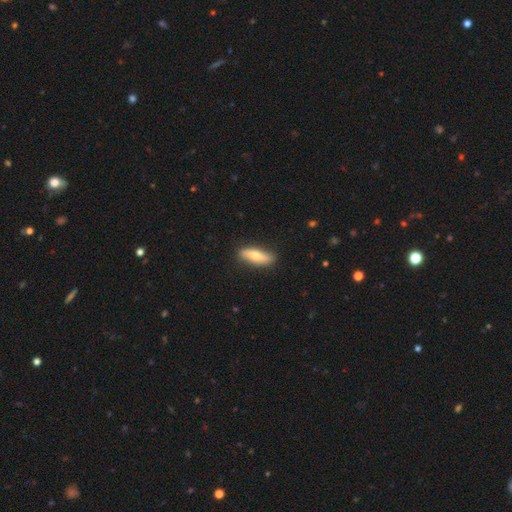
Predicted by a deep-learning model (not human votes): Morphology: type=smooth (64%); roundness=in between (49%, tied with cigar-shaped); merging=none (87%).